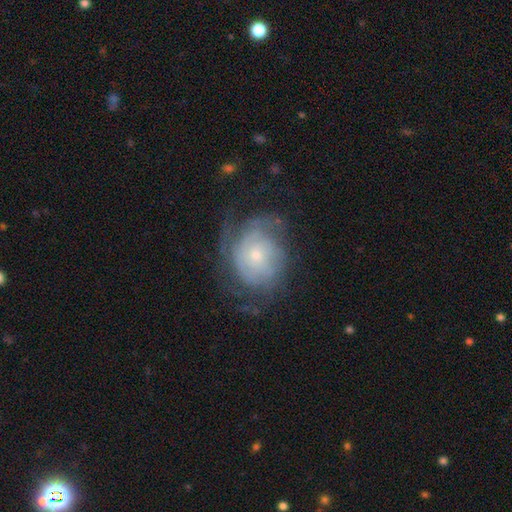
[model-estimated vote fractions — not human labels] This appears to be a featured or disk galaxy (71%) with no bar (80%), tight (63%) spiral arms (84%) and a small central bulge (65%). Merging: none (58%).